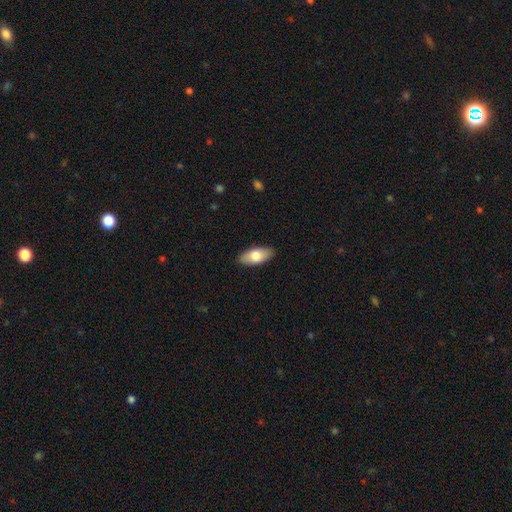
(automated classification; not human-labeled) Smooth or featured? Predicted: smooth (p=0.76). How rounded? Predicted: in between (p=0.88). Merging? Predicted: none (p=0.88).